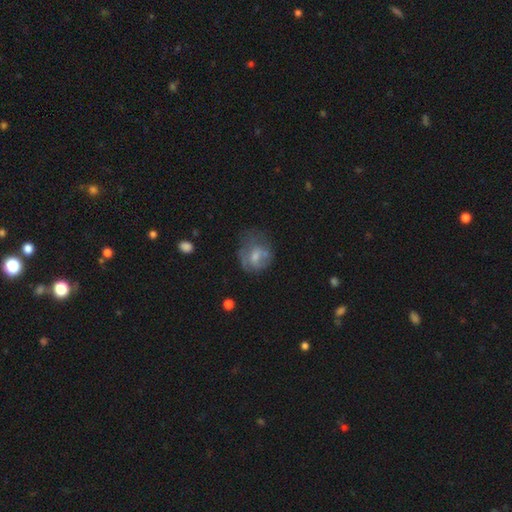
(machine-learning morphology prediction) Smooth or featured? smooth (53%)
How rounded? round (60%)
Merging? none (39%)